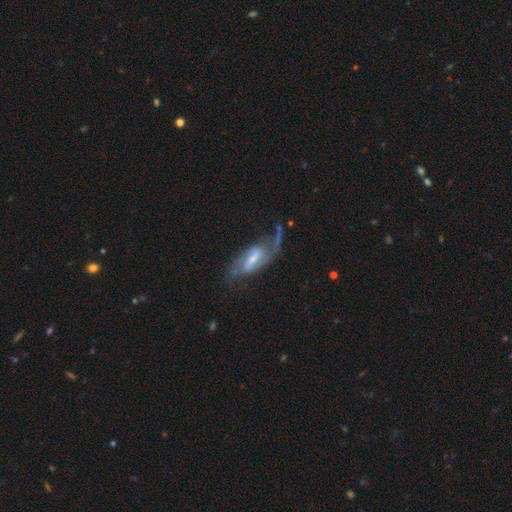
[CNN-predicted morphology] Smooth or featured: featured or disk — 81% (smooth — 11%)
Edge-on disk: no — 91% (yes — 9%)
Bar: weak — 51% (strong — 27%)
Spiral arms: yes — 93% (no — 7%)
Spiral winding: medium — 43% (loose — 39%)
Spiral arm count: 2 — 75% (1 — 11%)
Bulge size: moderate — 39% (tied with small — 39%)
Merging: none — 58% (major disturbance — 20%)